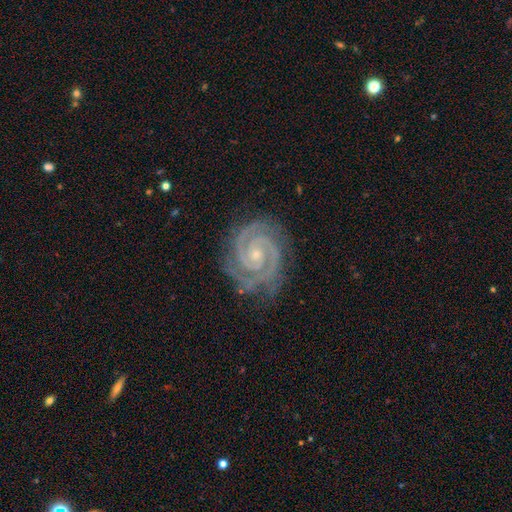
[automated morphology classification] This appears to be a featured or disk galaxy (91%) with no bar (60%), 2 (66%) tight (80%) spiral arms (99%) and a small central bulge (72%). Merging: none (82%).